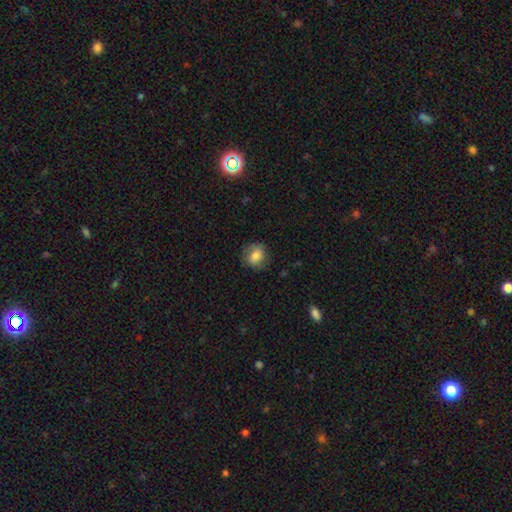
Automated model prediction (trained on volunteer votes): Morphology: type=smooth (75%); roundness=round (72%); merging=none (75%).